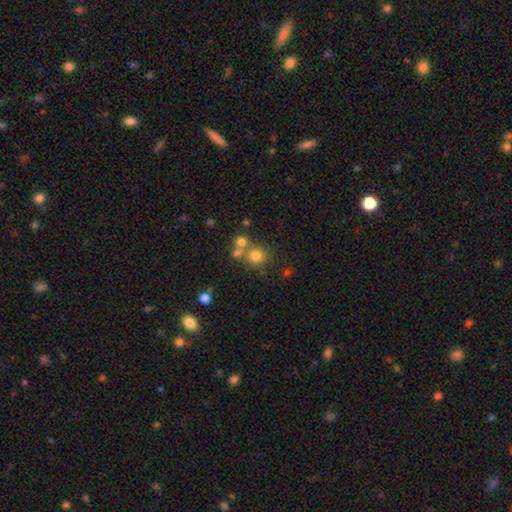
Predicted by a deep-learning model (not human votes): Smooth or featured?
  - smooth: 74% *
  - star or artifact: 16%
  - featured or disk: 10%
How rounded?
  - round: 89% *
  - in between: 11%
  - cigar-shaped: 1%
Merging?
  - none: 60% *
  - merger: 28%
  - minor disturbance: 8%
  - major disturbance: 4%